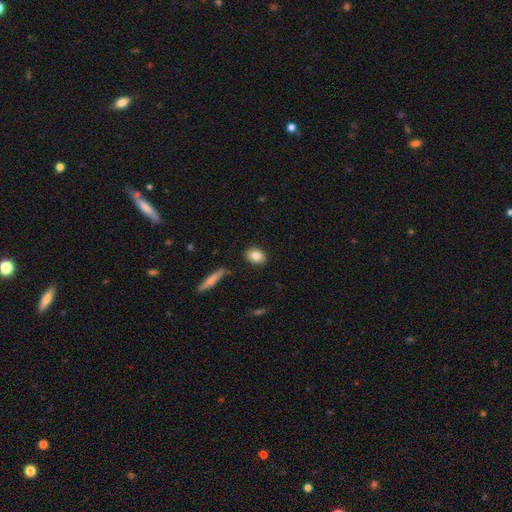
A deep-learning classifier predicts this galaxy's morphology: Overall: smooth (81%). How rounded: in between (73%). Merging: none (88%).